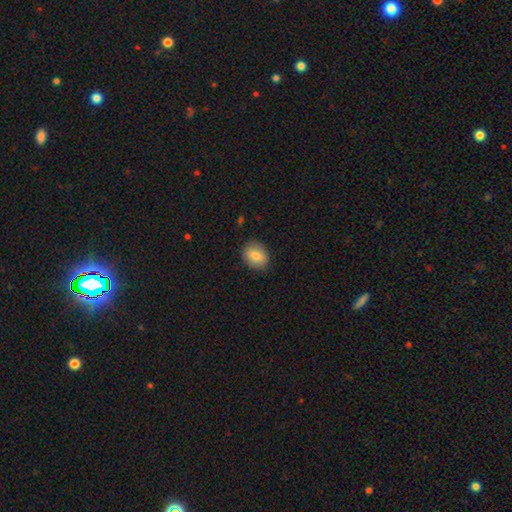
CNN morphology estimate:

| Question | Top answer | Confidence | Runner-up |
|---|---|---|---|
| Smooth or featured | smooth | 78% | featured or disk (15%) |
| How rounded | in between | 56% | round (43%) |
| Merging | none | 87% | minor disturbance (9%) |